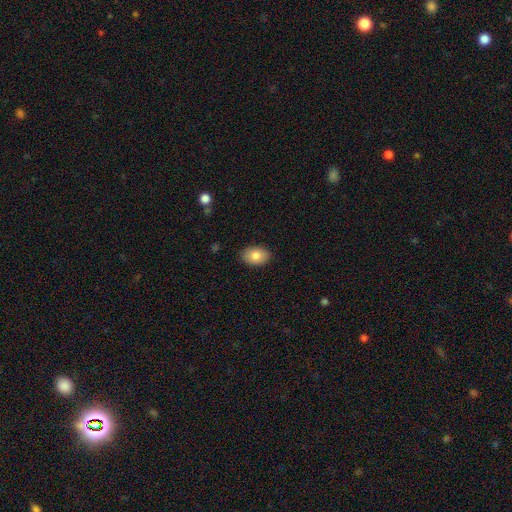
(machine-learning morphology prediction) This appears to be a smooth galaxy with no disk features (81%) that is in between round and cigar-shaped (86%). Merging: none (88%).